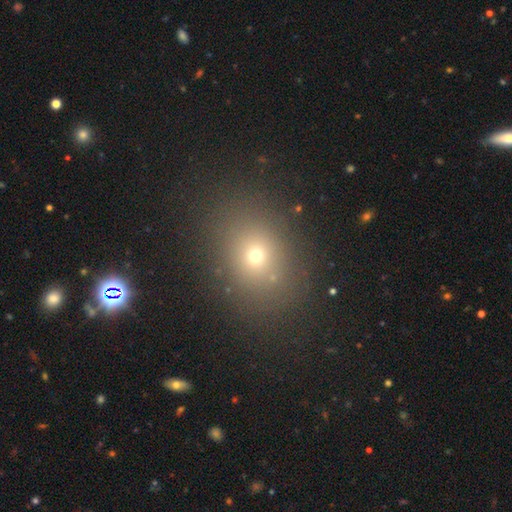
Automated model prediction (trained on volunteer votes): smooth-or-featured: smooth: 66% | star or artifact: 23% | featured or disk: 12%
  how-rounded: round: 51% | in between: 47% | cigar-shaped: 1%
  merging: none: 83% | minor disturbance: 10% | major disturbance: 5% | merger: 3%